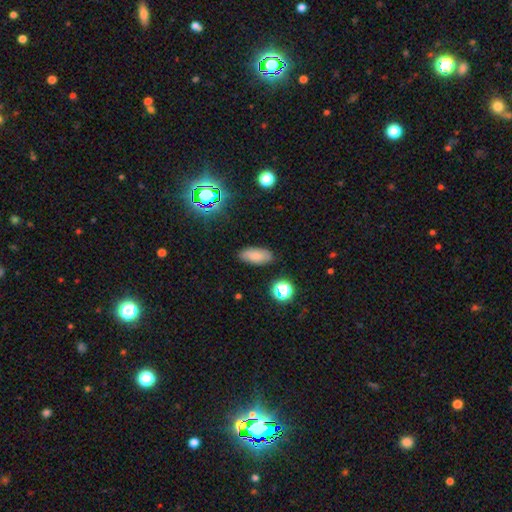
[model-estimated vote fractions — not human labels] Overall: smooth (71%). How rounded: in between (87%). Merging: none (82%).